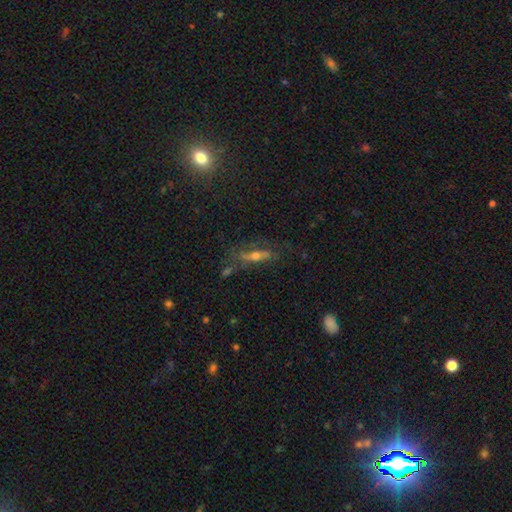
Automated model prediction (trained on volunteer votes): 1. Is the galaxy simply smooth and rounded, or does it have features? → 52% featured or disk, 31% smooth, 17% star or artifact.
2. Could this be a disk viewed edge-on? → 59% yes, 41% no.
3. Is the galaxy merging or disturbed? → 57% none, 20% minor disturbance, 16% major disturbance, 7% merger.